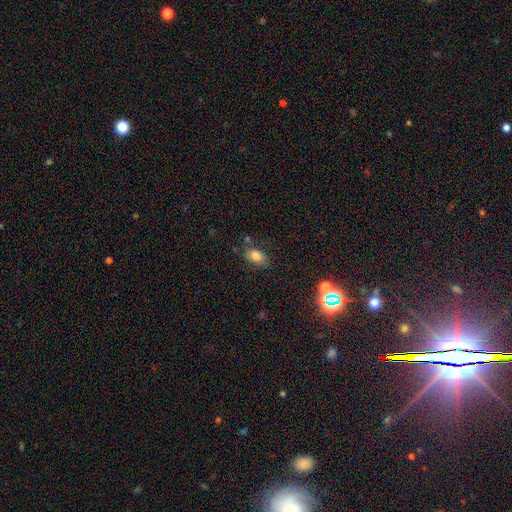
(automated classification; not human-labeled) The model was most divided on "merging": none: 70%, minor disturbance: 19%, merger: 6%, major disturbance: 5%. More confident: how rounded — in between (85%); smooth or featured — smooth (80%).